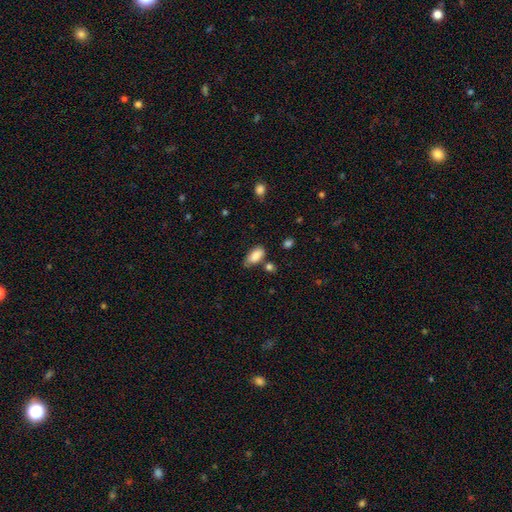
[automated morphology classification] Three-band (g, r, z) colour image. It shows a smooth galaxy with no disk features (87%) that is in between round and cigar-shaped (91%). Merging: none (59%).